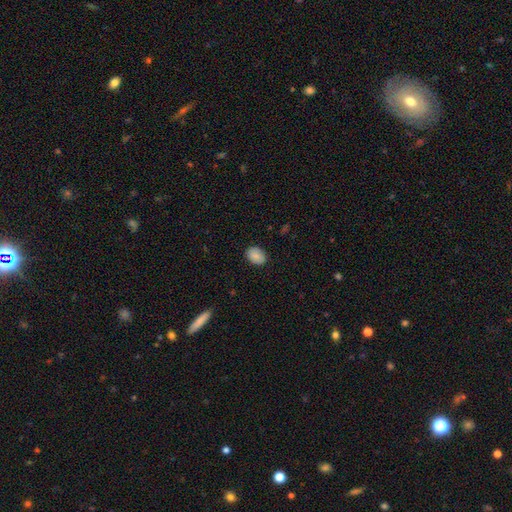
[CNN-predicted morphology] Smooth or featured? smooth (85%)
How rounded? in between (74%)
Merging? none (86%)